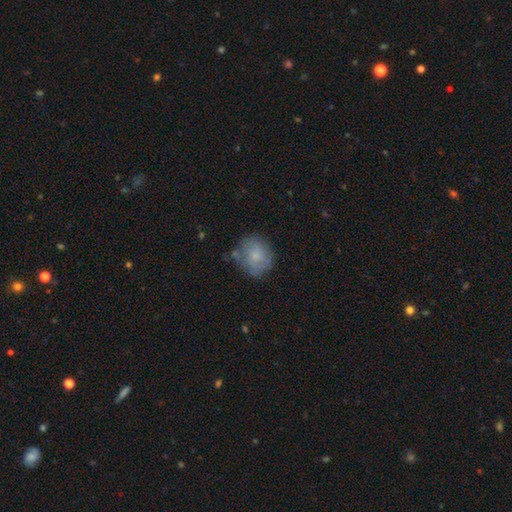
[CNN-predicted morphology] type=smooth (66%); roundness=round (76%); merging=none (62%).